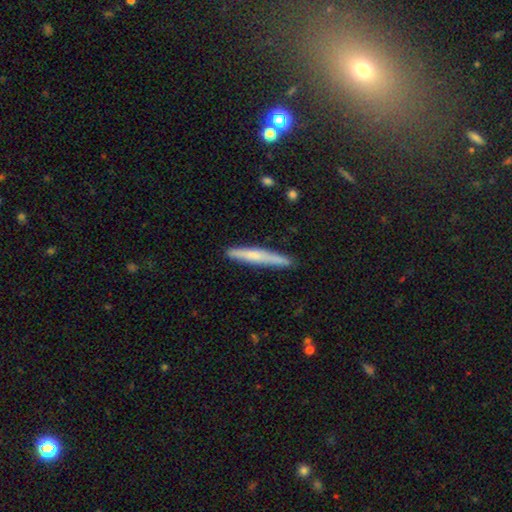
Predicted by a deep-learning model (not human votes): smooth_or_featured: smooth (p=0.58) [alt: featured or disk p=0.36]
how_rounded: cigar-shaped (p=0.96) [alt: in between p=0.03]
merging: none (p=0.89) [alt: minor disturbance p=0.08]